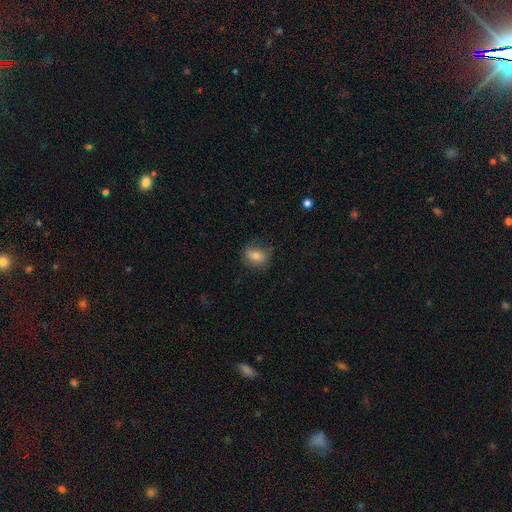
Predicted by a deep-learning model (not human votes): Smooth or featured: smooth — 76% (featured or disk — 14%)
How rounded: in between — 59% (round — 39%)
Merging: none — 71% (minor disturbance — 21%)